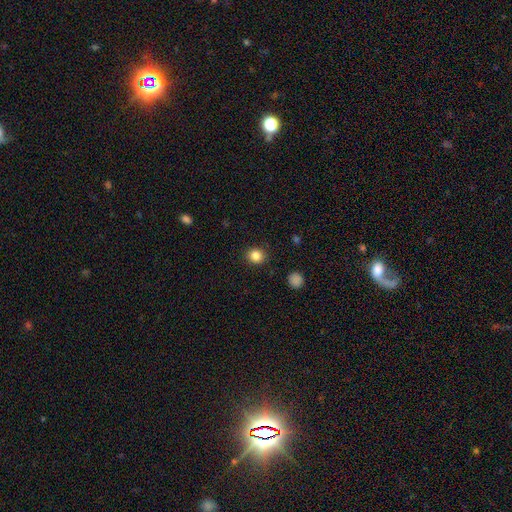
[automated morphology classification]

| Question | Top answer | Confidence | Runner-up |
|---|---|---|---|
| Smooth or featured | smooth | 84% | star or artifact (11%) |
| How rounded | round | 83% | in between (16%) |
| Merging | none | 90% | minor disturbance (6%) |